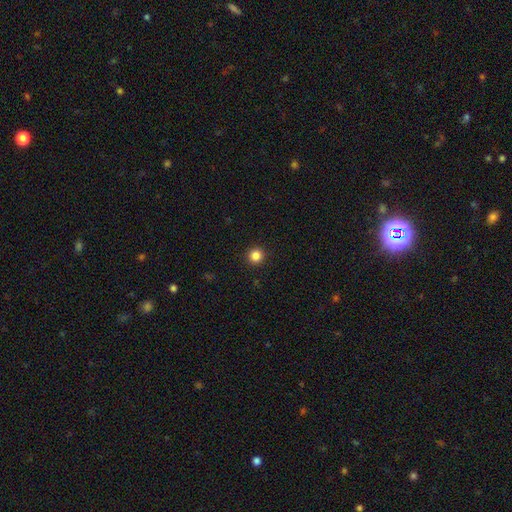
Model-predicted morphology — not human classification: A smooth galaxy with no disk features (85%) that is round (95%). Merging: none (93%).